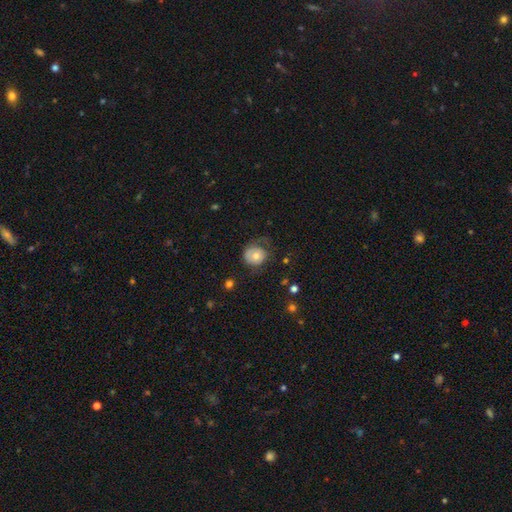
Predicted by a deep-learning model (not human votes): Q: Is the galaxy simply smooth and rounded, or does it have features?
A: smooth — 65%.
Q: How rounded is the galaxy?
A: round — 79%.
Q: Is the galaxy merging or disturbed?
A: none — 49%.